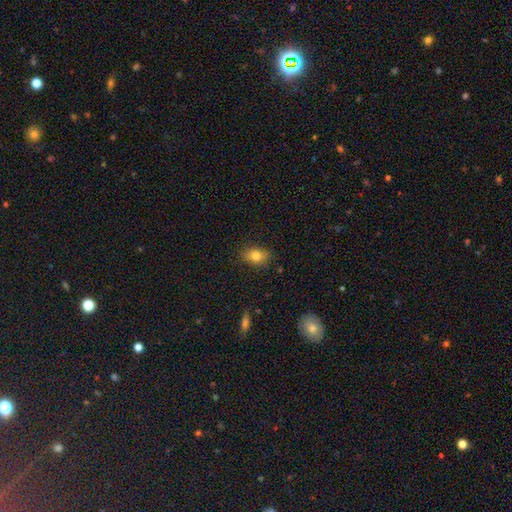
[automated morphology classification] Overall: smooth (79%). How rounded: in between (77%). Merging: none (84%).